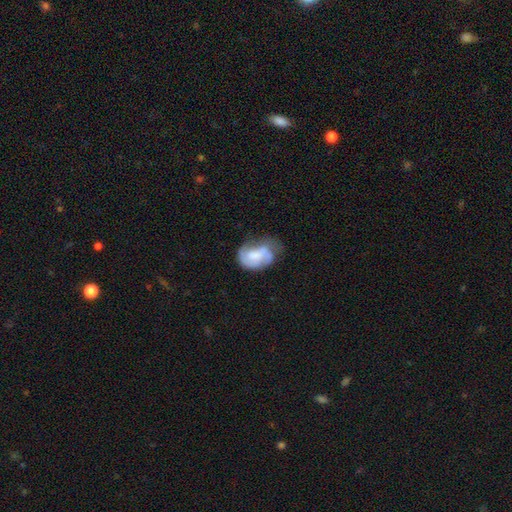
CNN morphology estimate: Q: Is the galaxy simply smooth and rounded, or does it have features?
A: featured or disk — 51%.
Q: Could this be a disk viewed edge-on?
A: no — 97%.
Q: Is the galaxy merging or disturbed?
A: minor disturbance — 34%.